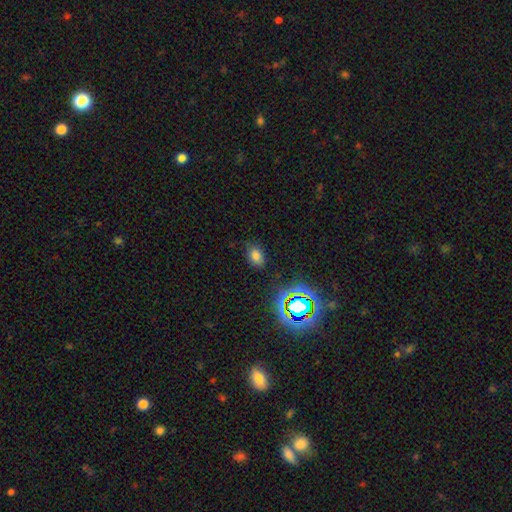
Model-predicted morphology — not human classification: Smooth or featured: smooth — 72% (star or artifact — 21%)
How rounded: in between — 75% (round — 24%)
Merging: none — 79% (minor disturbance — 15%)